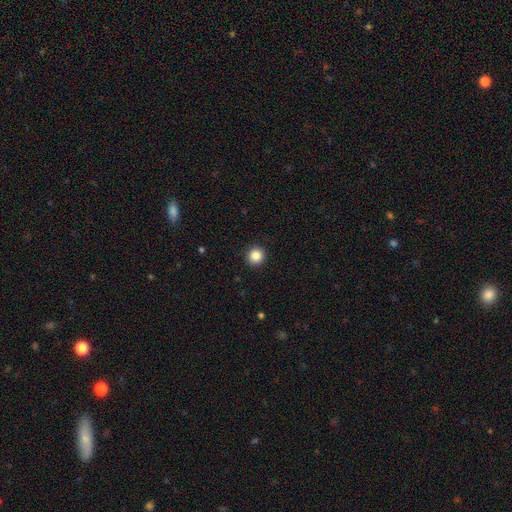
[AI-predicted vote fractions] smooth-or-featured: smooth: 87% | star or artifact: 10% | featured or disk: 3%
  how-rounded: round: 95% | in between: 4% | cigar-shaped: 1%
  merging: none: 92% | minor disturbance: 5% | major disturbance: 2% | merger: 1%